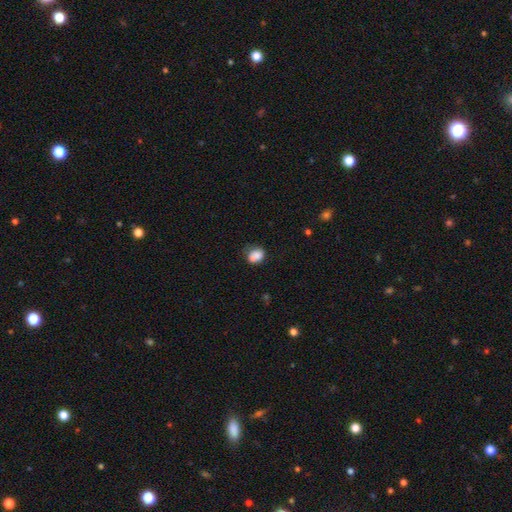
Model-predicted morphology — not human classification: Smooth or featured?
  - smooth: 82% *
  - star or artifact: 10%
  - featured or disk: 9%
How rounded?
  - in between: 52% *
  - round: 47%
  - cigar-shaped: 1%
Merging?
  - none: 51% *
  - minor disturbance: 27%
  - merger: 12%
  - major disturbance: 10%